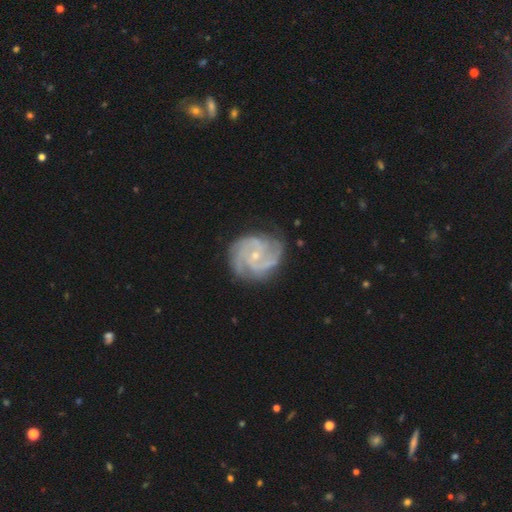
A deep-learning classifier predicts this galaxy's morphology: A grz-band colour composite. It shows a featured or disk galaxy (89%) with no bar (62%), 3 (37%) tight (51%) spiral arms (98%) and a small central bulge (74%). Merging: none (76%).